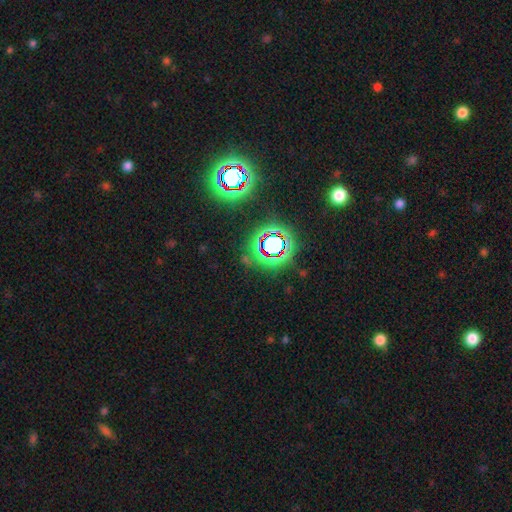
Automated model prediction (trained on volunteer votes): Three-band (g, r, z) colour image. It shows a star or artifact, not a galaxy (76%).